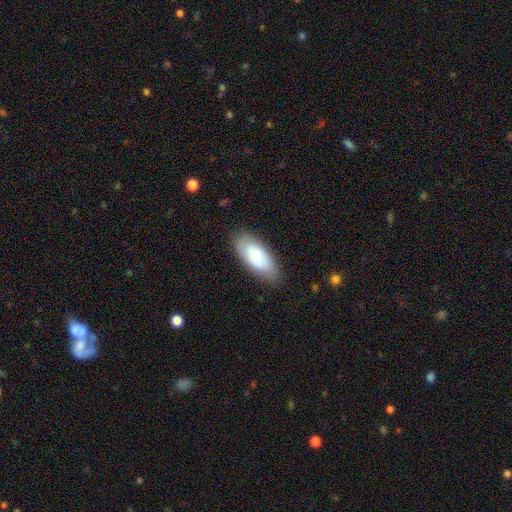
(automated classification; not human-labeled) Morphology: type=smooth (80%); roundness=in between (86%); merging=none (81%).